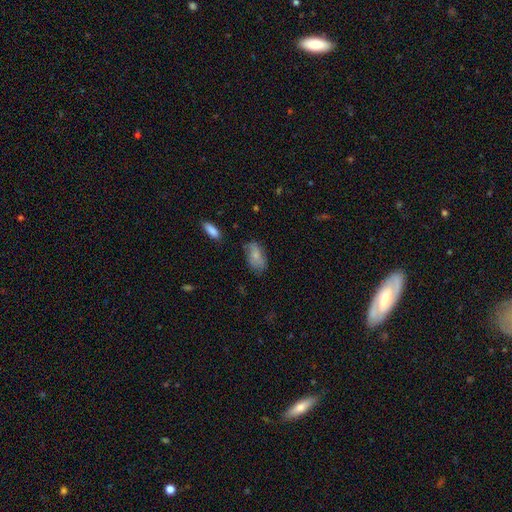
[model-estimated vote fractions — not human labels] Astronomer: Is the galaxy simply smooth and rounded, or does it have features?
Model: smooth — 72%.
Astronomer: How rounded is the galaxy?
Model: in between — 91%.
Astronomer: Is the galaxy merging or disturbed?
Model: none — 61%.